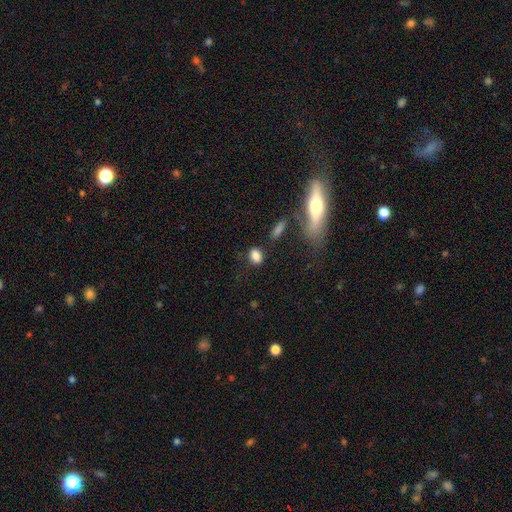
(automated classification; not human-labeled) smooth 85%, star or artifact 9%, featured or disk 6%. Down the decision tree: how rounded — in between (73%); merging — none (75%).